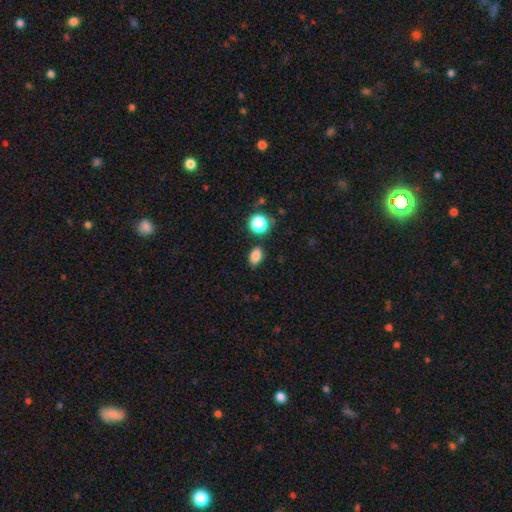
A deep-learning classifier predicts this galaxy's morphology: Smooth or featured? smooth (83%)
How rounded? in between (79%)
Merging? none (81%)